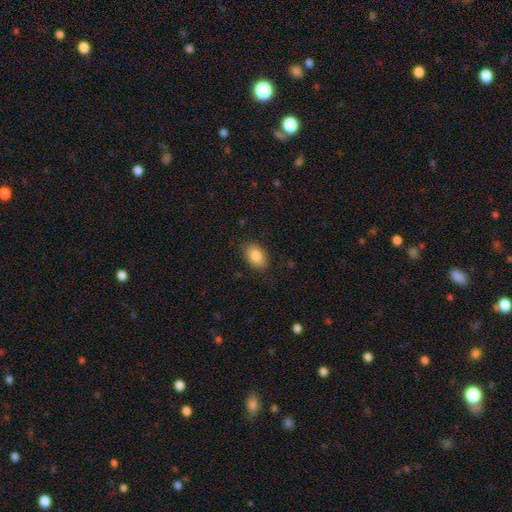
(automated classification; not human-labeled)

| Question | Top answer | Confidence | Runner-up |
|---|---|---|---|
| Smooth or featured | smooth | 85% | featured or disk (7%) |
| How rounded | in between | 90% | round (8%) |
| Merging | none | 85% | minor disturbance (11%) |